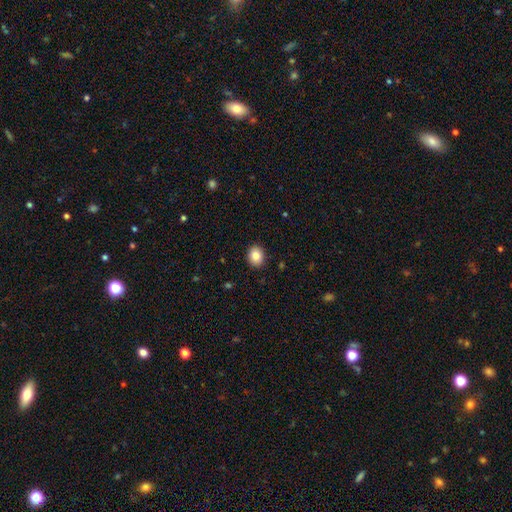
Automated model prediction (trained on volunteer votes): smooth 85%, star or artifact 9%, featured or disk 7%. Down the decision tree: how rounded — round (56%); merging — none (91%).